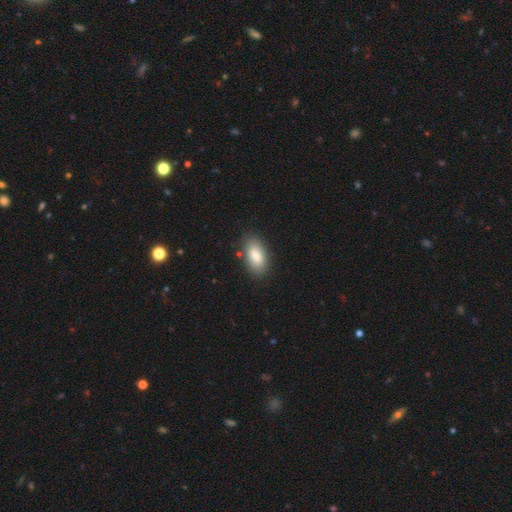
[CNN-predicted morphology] smooth_or_featured: smooth (p=0.84) [alt: featured or disk p=0.09]
how_rounded: in between (p=0.92) [alt: cigar-shaped p=0.05]
merging: none (p=0.84) [alt: minor disturbance p=0.11]